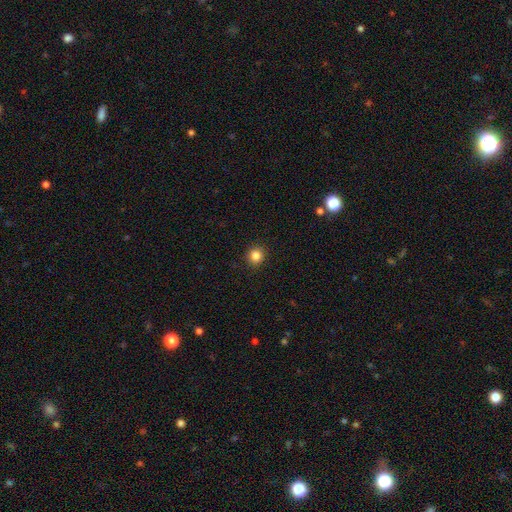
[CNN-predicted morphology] This appears to be a smooth galaxy with no disk features (84%) that is round (90%). Merging: none (92%).